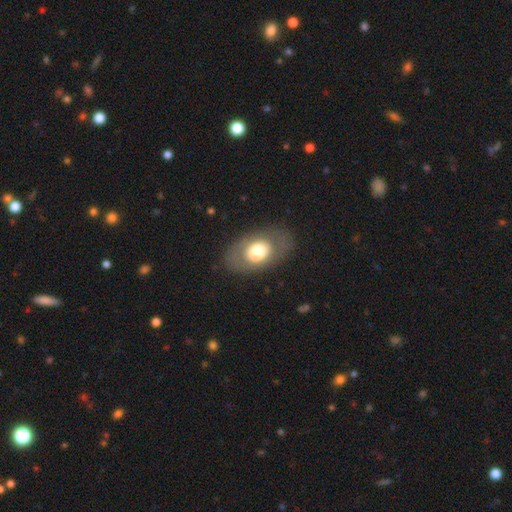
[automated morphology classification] This is likely a smooth galaxy (61%). How rounded: clearly in between (85%). Merging: likely none (78%).